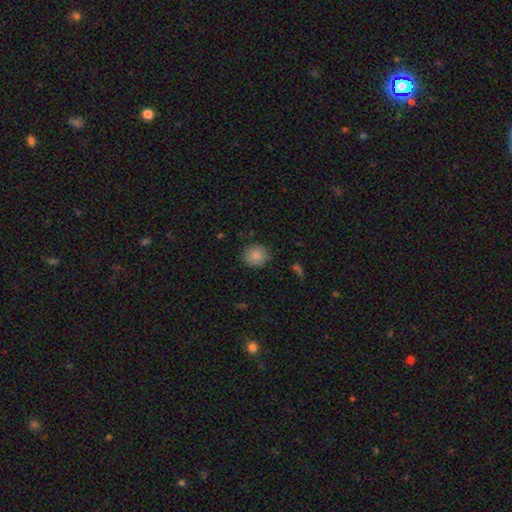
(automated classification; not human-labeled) Smooth or featured? Predicted: smooth (p=0.86). How rounded? Predicted: round (p=0.85). Merging? Predicted: none (p=0.86).